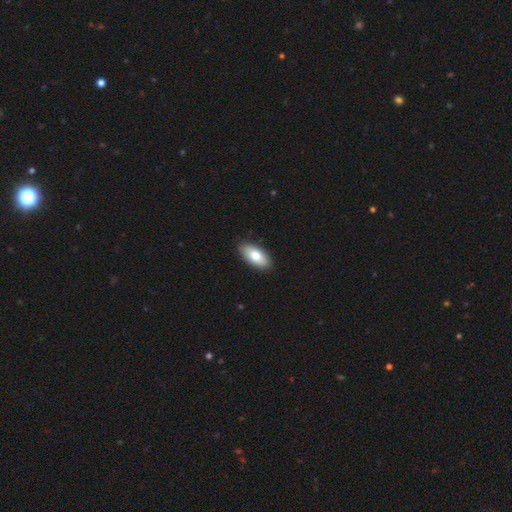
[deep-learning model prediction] A smooth galaxy with no disk features (78%) that is in between round and cigar-shaped (91%). Merging: none (89%).